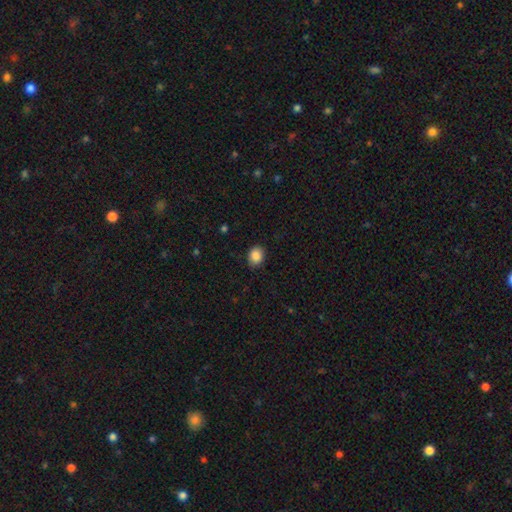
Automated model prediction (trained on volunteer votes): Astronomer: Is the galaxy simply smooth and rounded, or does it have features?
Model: smooth — 88%.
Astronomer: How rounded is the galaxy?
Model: round — 50%, tied with in between at 50%.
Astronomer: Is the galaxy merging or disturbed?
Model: none — 86%.